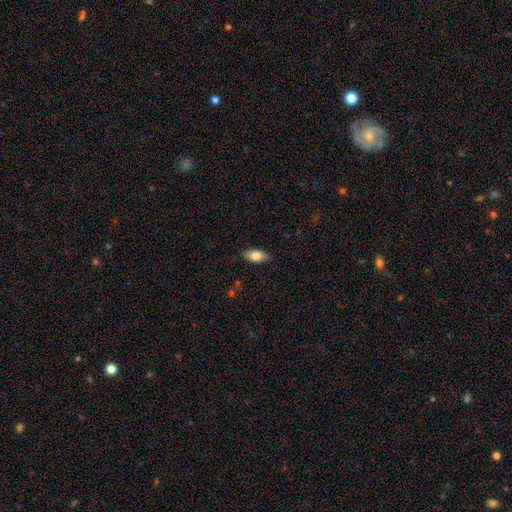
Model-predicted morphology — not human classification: The model was most divided on "smooth or featured": smooth: 82%, featured or disk: 11%, star or artifact: 6%. More confident: how rounded — in between (90%); merging — none (86%).